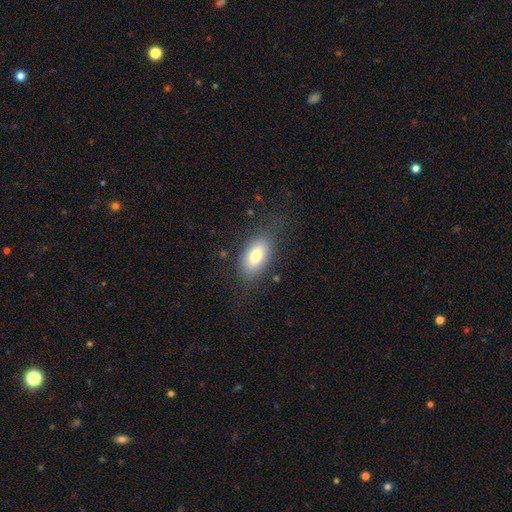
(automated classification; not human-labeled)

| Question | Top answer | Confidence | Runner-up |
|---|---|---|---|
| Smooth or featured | smooth | 79% | featured or disk (14%) |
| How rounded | in between | 91% | cigar-shaped (5%) |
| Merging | none | 76% | minor disturbance (16%) |